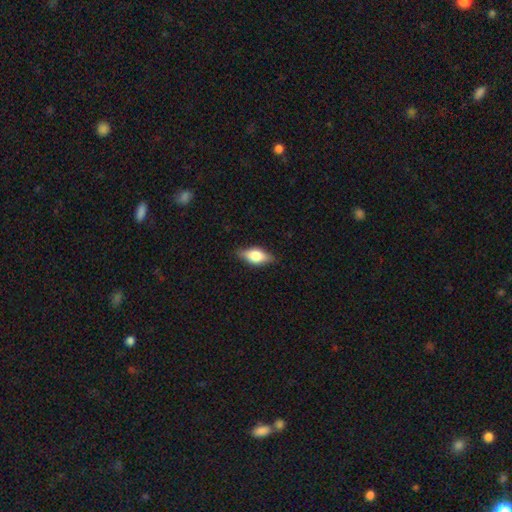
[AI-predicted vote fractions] A smooth galaxy with no disk features (63%) that is in between round and cigar-shaped (83%).

Vote fractions:
- Smooth or featured? smooth: 63% / featured or disk: 29% / star or artifact: 7%
- How rounded? in between: 83% / cigar-shaped: 12% / round: 5%
- Merging? none: 82% / minor disturbance: 14% / major disturbance: 3% / merger: 1%